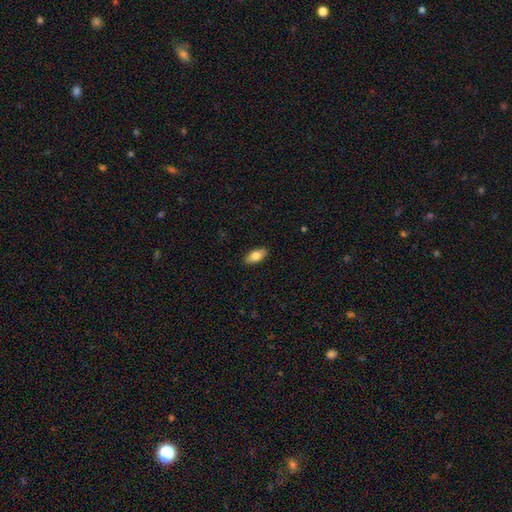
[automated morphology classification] Smooth or featured: smooth — 79% (featured or disk — 14%)
How rounded: in between — 89% (cigar-shaped — 8%)
Merging: none — 88% (minor disturbance — 9%)